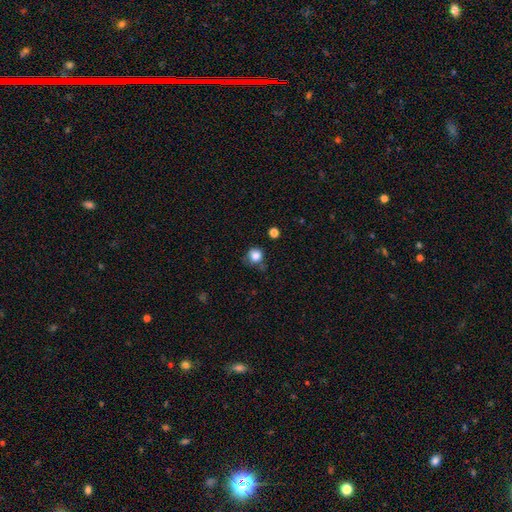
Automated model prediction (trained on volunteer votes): A smooth galaxy with no disk features (83%) that is round (86%). Merging: none (62%).